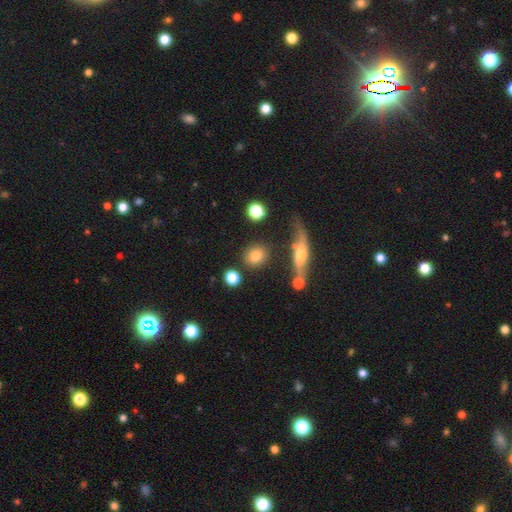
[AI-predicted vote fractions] Smooth or featured: smooth — 80% (featured or disk — 11%)
How rounded: round — 72% (in between — 25%)
Merging: none — 79% (minor disturbance — 10%)